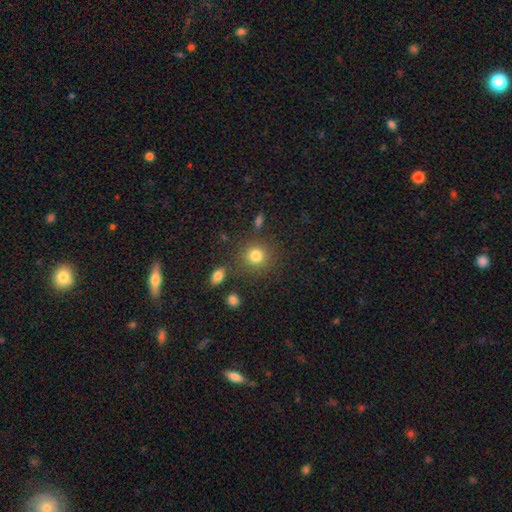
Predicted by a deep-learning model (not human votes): Smooth or featured? smooth (81%)
How rounded? round (89%)
Merging? none (81%)